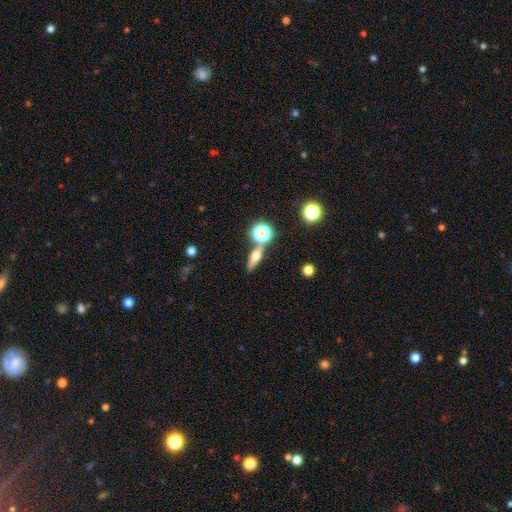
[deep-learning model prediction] A smooth galaxy with no disk features (43%). Merging: none (73%).